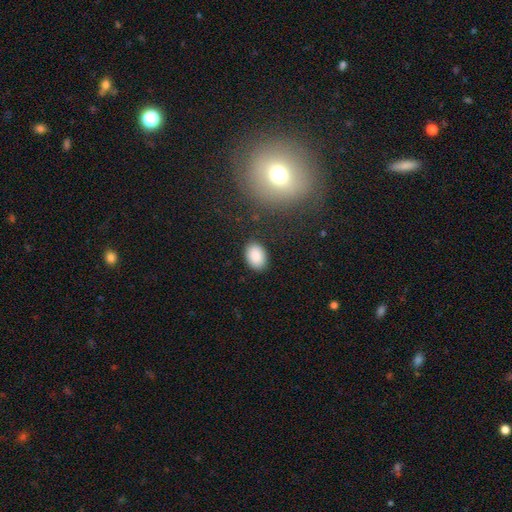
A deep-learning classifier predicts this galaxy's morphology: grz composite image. It shows a smooth galaxy with no disk features (87%) that is in between round and cigar-shaped (84%). Merging: none (87%).